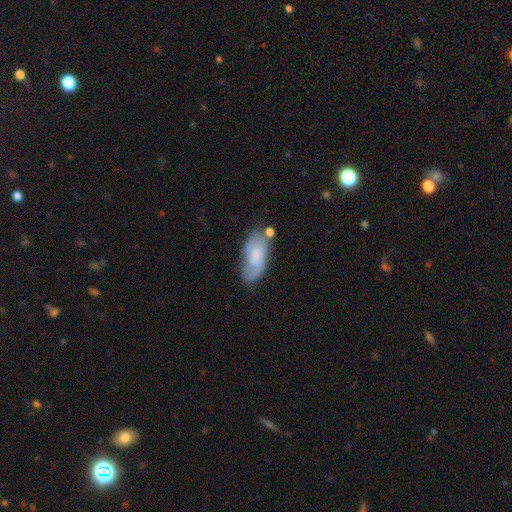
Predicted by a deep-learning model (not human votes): Smooth or featured? smooth (54%)
How rounded? in between (88%)
Merging? none (57%)